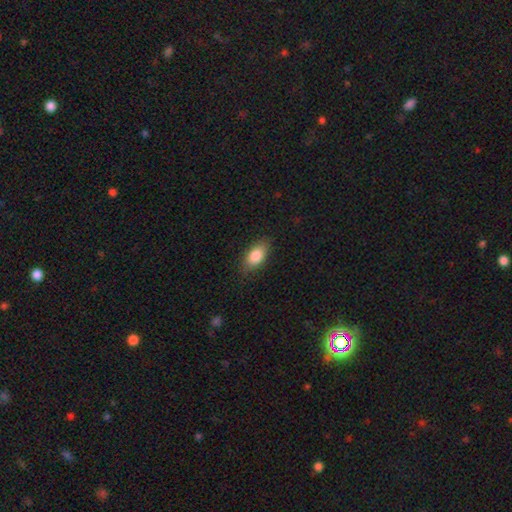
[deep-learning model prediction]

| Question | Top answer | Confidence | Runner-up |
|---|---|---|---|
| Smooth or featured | smooth | 84% | featured or disk (9%) |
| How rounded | in between | 89% | cigar-shaped (6%) |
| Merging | none | 83% | minor disturbance (13%) |